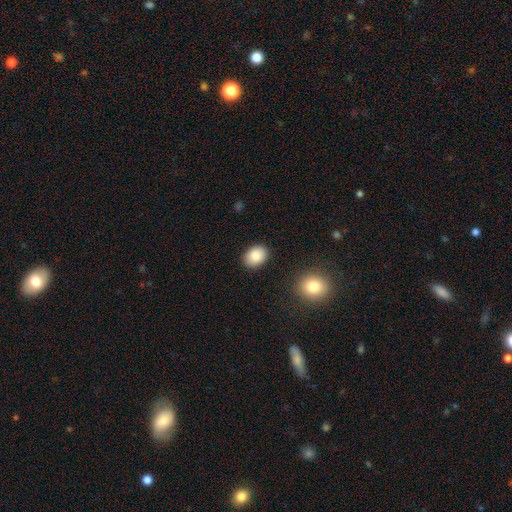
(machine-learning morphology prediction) Overall: smooth (87%). How rounded: in between (74%). Merging: none (88%).